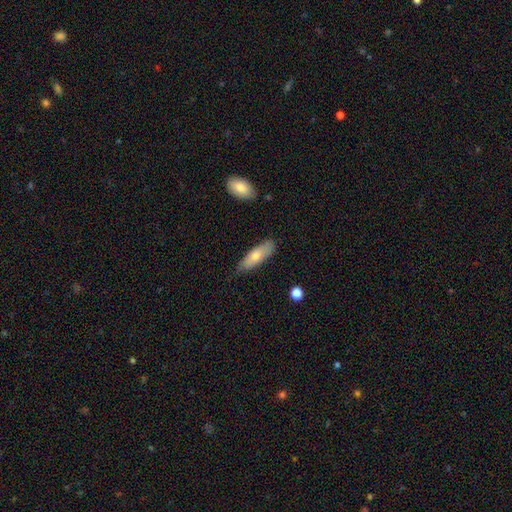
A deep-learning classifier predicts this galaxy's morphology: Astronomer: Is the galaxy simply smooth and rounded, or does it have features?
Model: smooth — 66%.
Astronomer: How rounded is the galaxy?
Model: in between — 56% (runner-up: cigar-shaped, 42%).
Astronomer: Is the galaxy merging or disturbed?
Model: none — 76%.